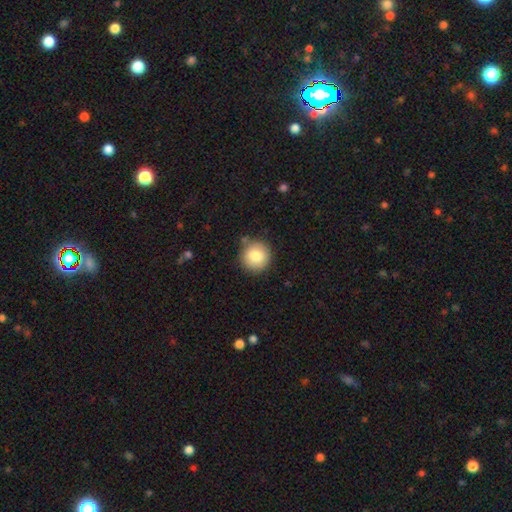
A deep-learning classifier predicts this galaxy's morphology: type=smooth (84%); roundness=round (93%); merging=none (83%).